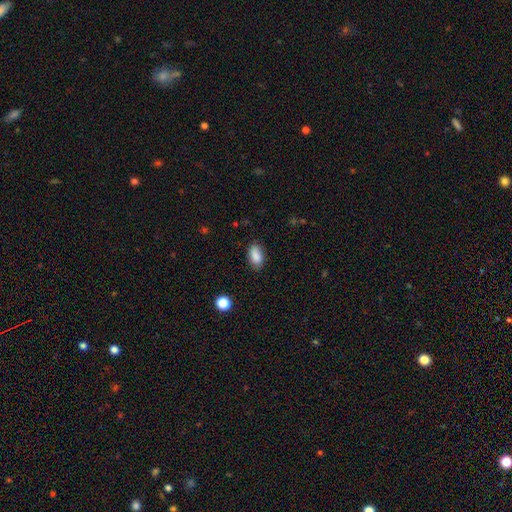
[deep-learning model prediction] smooth 88%, star or artifact 8%, featured or disk 4%. Down the decision tree: how rounded — in between (91%); merging — none (83%).